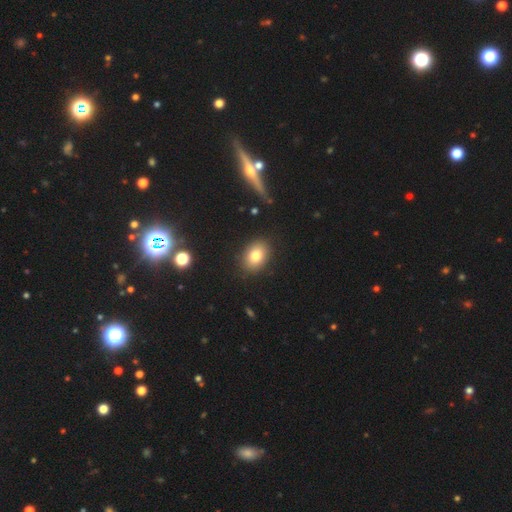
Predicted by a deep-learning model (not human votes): Morphology: type=smooth (80%); roundness=in between (73%); merging=none (87%).